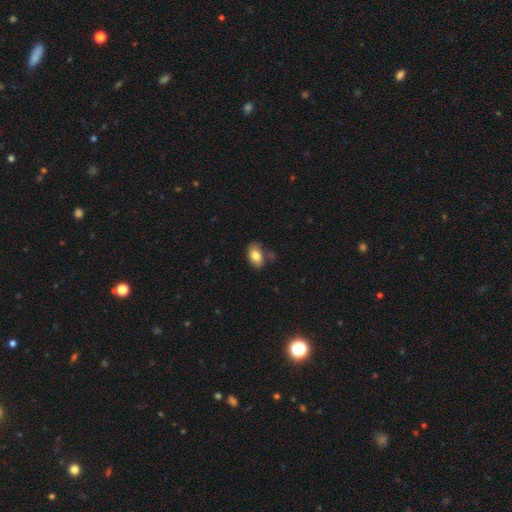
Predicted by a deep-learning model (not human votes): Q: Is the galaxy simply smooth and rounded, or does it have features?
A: smooth — 80%.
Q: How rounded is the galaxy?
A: in between — 88%.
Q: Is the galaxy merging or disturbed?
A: none — 66%.